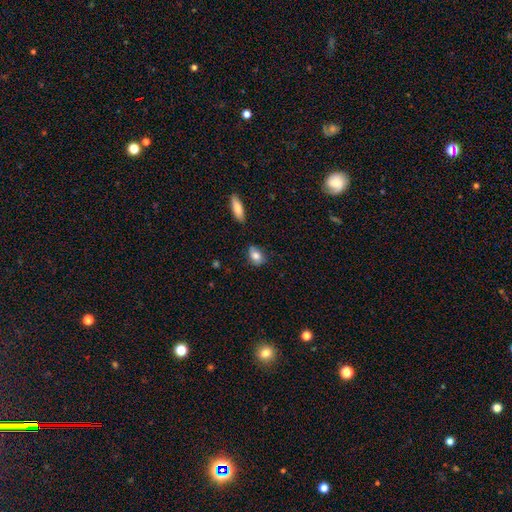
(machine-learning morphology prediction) This appears to be a smooth galaxy with no disk features (81%) that is in between round and cigar-shaped (72%). Merging: none (70%).